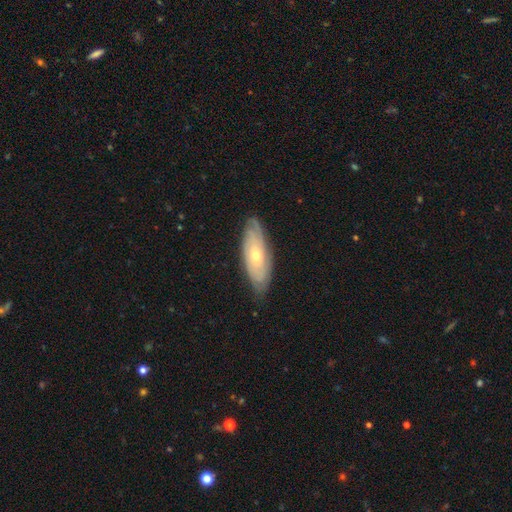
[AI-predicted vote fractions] This appears to be a featured or disk galaxy (59%). Merging: none (77%).